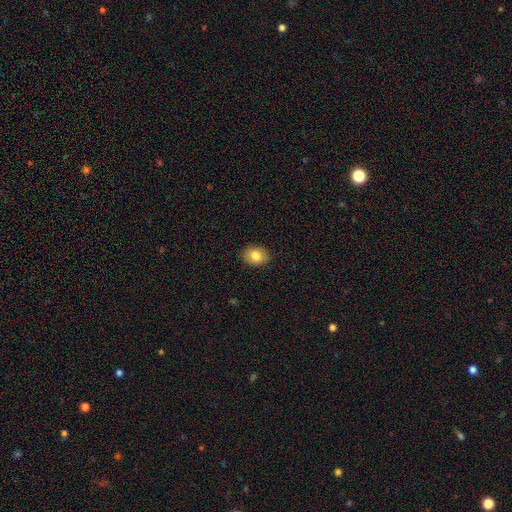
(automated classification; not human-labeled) This appears to be a smooth galaxy with no disk features (82%) that is in between round and cigar-shaped (57%). Merging: none (89%).